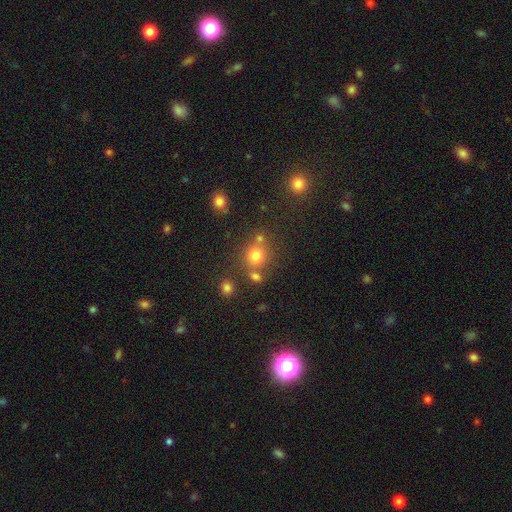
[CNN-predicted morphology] Q: Smooth or featured?
A: smooth (75%); runner-up: star or artifact (17%)
Q: How rounded?
A: round (86%); runner-up: in between (13%)
Q: Merging?
A: none (68%); runner-up: merger (18%)